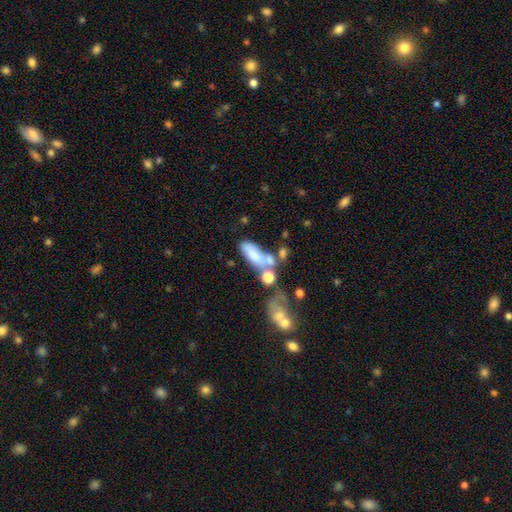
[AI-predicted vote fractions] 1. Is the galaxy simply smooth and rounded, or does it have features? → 55% smooth, 33% featured or disk, 12% star or artifact.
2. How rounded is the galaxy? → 71% in between, 24% cigar-shaped, 5% round.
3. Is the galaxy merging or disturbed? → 43% merger, 22% major disturbance, 20% none, 15% minor disturbance.